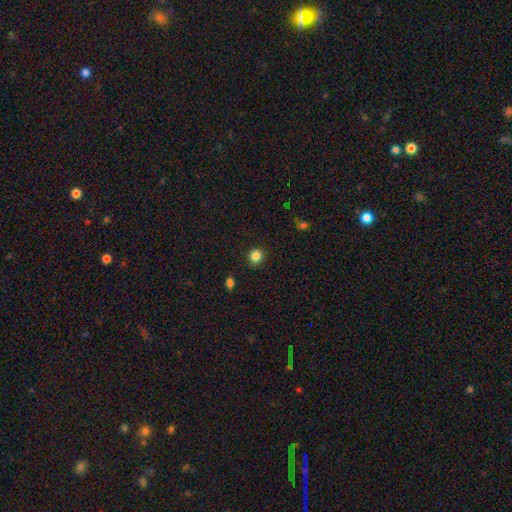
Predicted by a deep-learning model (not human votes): This appears to be a smooth galaxy with no disk features (84%) that is round (89%). Merging: none (89%).